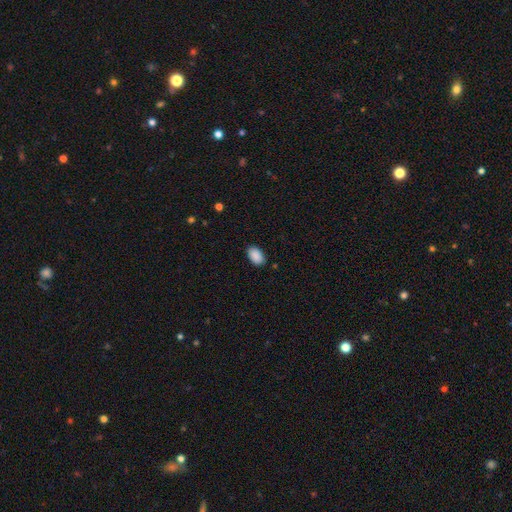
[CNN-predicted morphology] The model was most divided on "merging": none: 86%, minor disturbance: 11%, major disturbance: 2%, merger: 1%. More confident: how rounded — in between (90%); smooth or featured — smooth (90%).